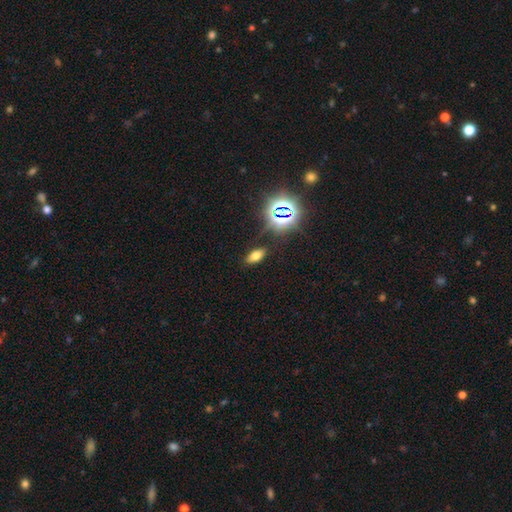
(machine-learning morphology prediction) smooth 63%, star or artifact 25%, featured or disk 12%. Down the decision tree: how rounded — in between (85%); merging — none (85%).